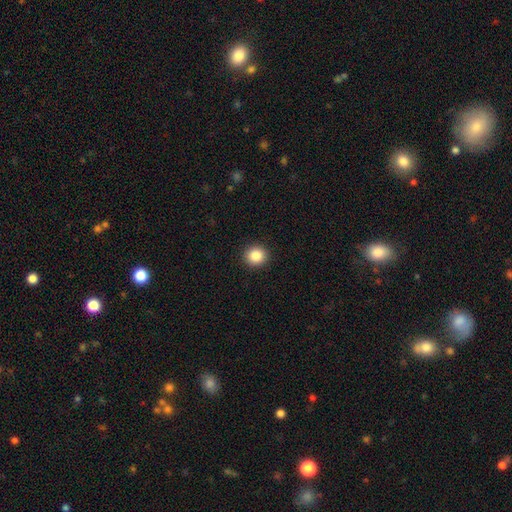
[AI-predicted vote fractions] A smooth galaxy with no disk features (86%) that is round (90%).

Vote fractions:
- Smooth or featured? smooth: 86% / star or artifact: 10% / featured or disk: 4%
- How rounded? round: 90% / in between: 9% / cigar-shaped: 1%
- Merging? none: 93% / minor disturbance: 5% / major disturbance: 2% / merger: 1%